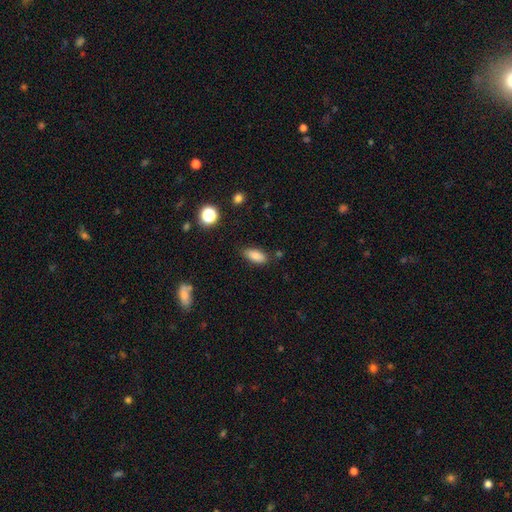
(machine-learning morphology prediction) This is clearly a smooth galaxy (84%). How rounded: clearly in between (86%). Merging: clearly none (81%).